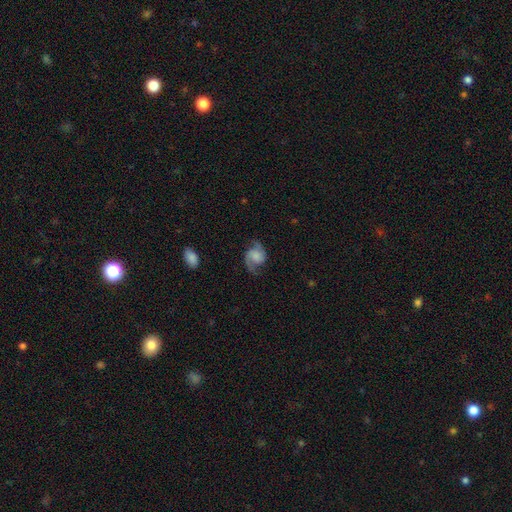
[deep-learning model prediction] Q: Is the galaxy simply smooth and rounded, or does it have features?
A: featured or disk — 80%.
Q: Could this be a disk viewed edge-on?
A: no — 98%.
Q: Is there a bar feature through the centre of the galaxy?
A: no — 63%.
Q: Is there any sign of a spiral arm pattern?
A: yes — 96%.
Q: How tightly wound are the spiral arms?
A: medium — 48%.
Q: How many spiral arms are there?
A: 2 — 92%.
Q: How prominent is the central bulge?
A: none — 33%.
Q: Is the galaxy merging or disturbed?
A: none — 74%.